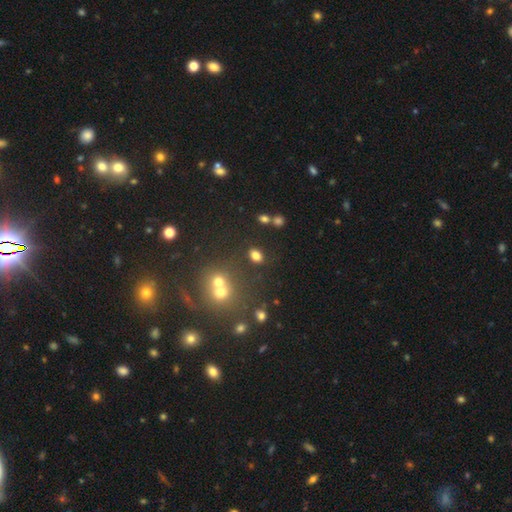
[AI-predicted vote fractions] A smooth galaxy with no disk features (77%) that is in between round and cigar-shaped (75%). Merging: none (74%).